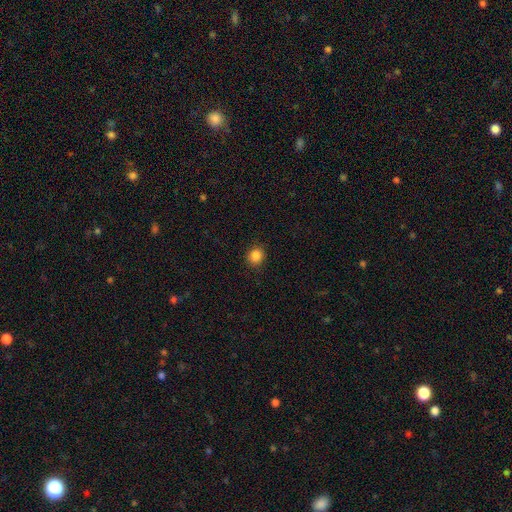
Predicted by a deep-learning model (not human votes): Smooth or featured: smooth — 86% (star or artifact — 11%)
How rounded: round — 85% (in between — 14%)
Merging: none — 91% (minor disturbance — 6%)